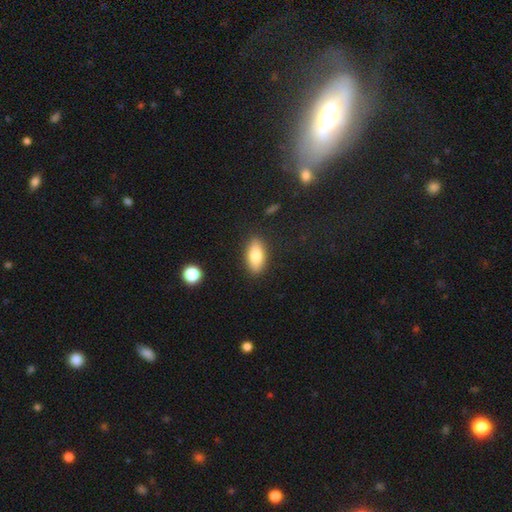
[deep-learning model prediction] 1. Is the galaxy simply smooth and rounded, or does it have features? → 82% smooth, 11% featured or disk, 7% star or artifact.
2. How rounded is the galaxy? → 87% in between, 10% cigar-shaped, 3% round.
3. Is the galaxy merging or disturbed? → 86% none, 10% minor disturbance, 2% major disturbance, 2% merger.